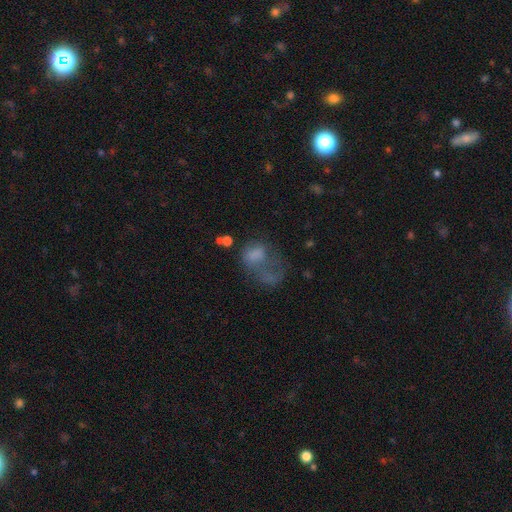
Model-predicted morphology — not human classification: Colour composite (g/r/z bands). It shows a smooth galaxy with no disk features (56%) that is in between round and cigar-shaped (67%). Merging: major disturbance (59%).